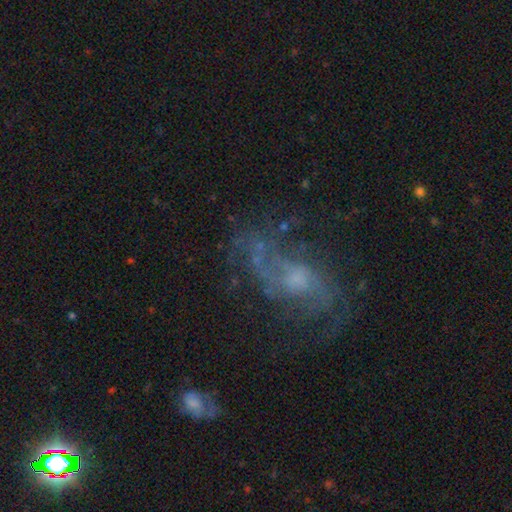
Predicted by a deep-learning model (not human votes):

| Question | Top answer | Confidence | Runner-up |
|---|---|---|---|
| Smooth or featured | featured or disk | 73% | smooth (14%) |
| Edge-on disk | no | 95% | yes (5%) |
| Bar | no | 62% | weak (32%) |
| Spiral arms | yes | 80% | no (20%) |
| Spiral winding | loose | 48% | medium (37%) |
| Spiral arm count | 2 | 56% | can't tell (23%) |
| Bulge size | small | 41% | moderate (39%) |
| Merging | none | 55% | major disturbance (22%) |